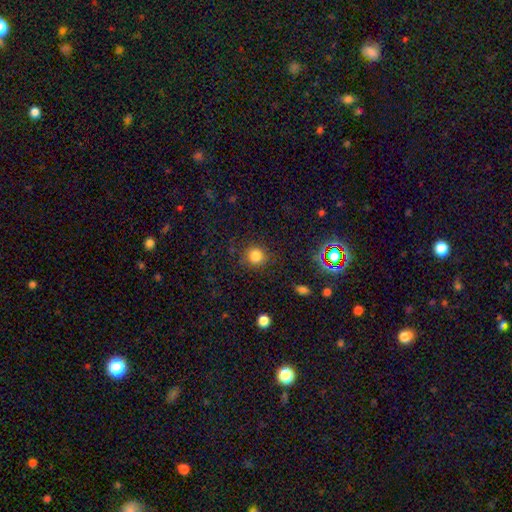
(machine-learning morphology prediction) Smooth or featured?
  - smooth: 81% *
  - star or artifact: 14%
  - featured or disk: 5%
How rounded?
  - round: 91% *
  - in between: 8%
  - cigar-shaped: 1%
Merging?
  - none: 85% *
  - minor disturbance: 9%
  - major disturbance: 4%
  - merger: 2%